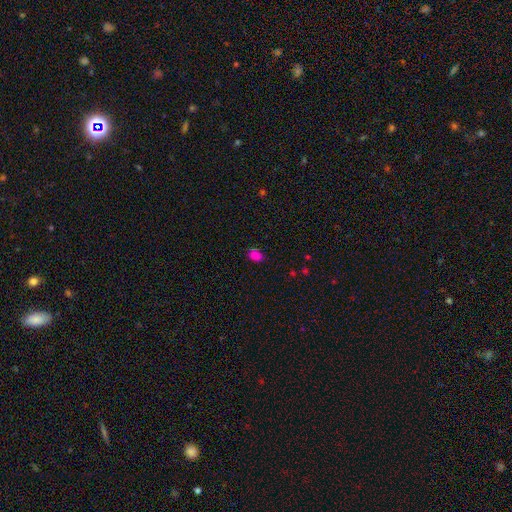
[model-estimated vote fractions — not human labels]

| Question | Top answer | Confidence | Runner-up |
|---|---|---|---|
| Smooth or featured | smooth | 79% | star or artifact (17%) |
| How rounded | in between | 74% | round (25%) |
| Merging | none | 80% | minor disturbance (15%) |